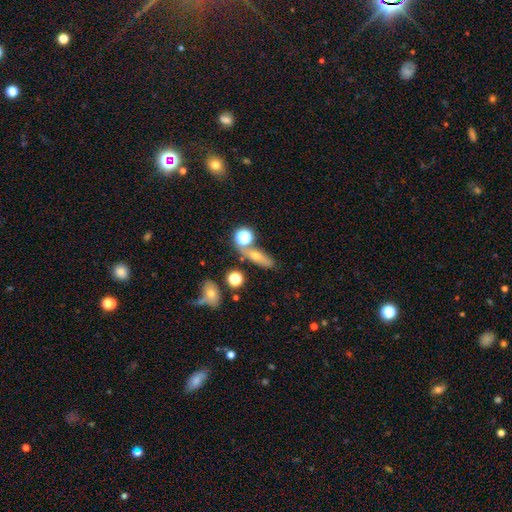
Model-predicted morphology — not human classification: Overall: smooth (51%; featured or disk 28%). How rounded: in between (46%; cigar-shaped 36%). Merging: none (62%).